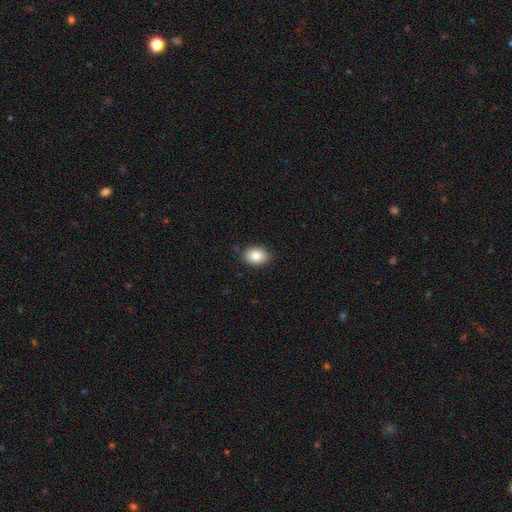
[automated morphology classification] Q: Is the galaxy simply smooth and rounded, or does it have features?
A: smooth — 84%.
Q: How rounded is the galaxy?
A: in between — 72%.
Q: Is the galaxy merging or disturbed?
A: none — 88%.